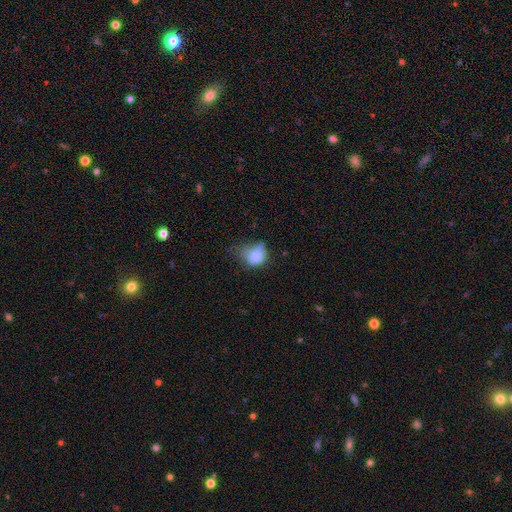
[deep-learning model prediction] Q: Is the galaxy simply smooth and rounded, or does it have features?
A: smooth — 76%.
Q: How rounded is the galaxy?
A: in between — 57%.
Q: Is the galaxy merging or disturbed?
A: minor disturbance — 37%.